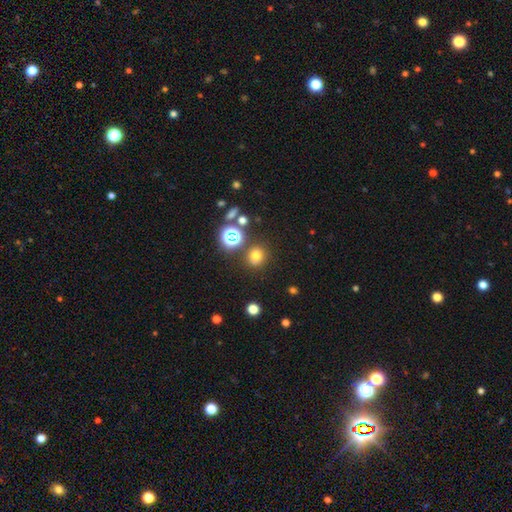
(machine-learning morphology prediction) This is likely a smooth galaxy (69%). How rounded: clearly round (86%). Merging: clearly none (80%).